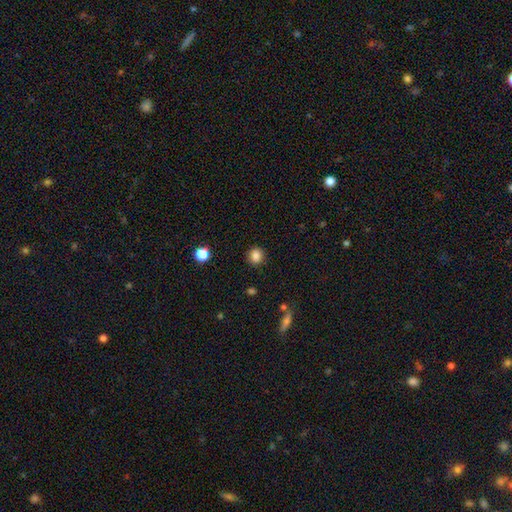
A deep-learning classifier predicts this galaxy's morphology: smooth_or_featured: smooth (p=0.85) [alt: star or artifact p=0.11]
how_rounded: round (p=0.86) [alt: in between p=0.13]
merging: none (p=0.89) [alt: minor disturbance p=0.07]